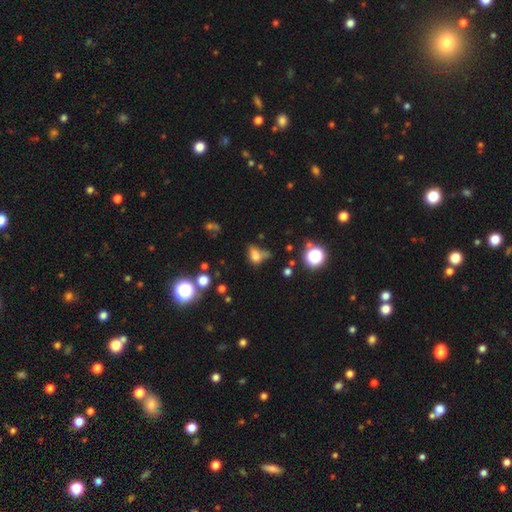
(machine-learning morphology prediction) type=smooth (65%); roundness=in between (62%); merging=none (33%).